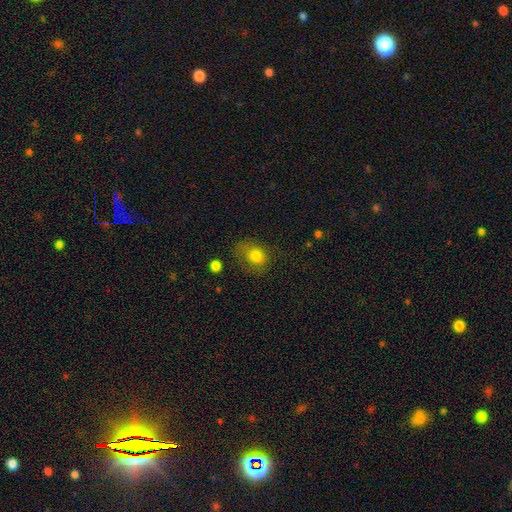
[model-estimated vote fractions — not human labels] A smooth galaxy with no disk features (78%) that is round (51%). Merging: none (55%).